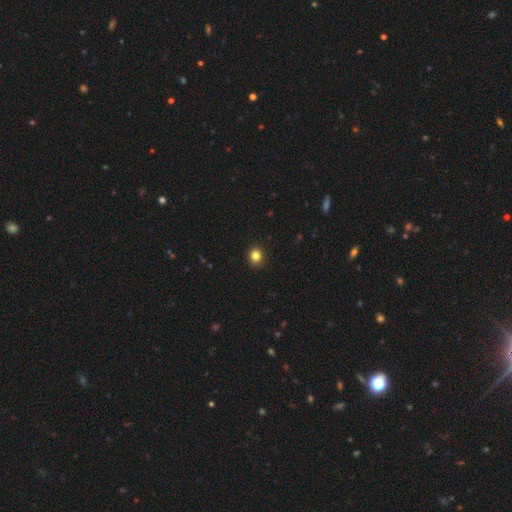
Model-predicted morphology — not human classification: smooth_or_featured: smooth (p=0.84) [alt: star or artifact p=0.12]
how_rounded: round (p=0.81) [alt: in between p=0.18]
merging: none (p=0.90) [alt: minor disturbance p=0.07]